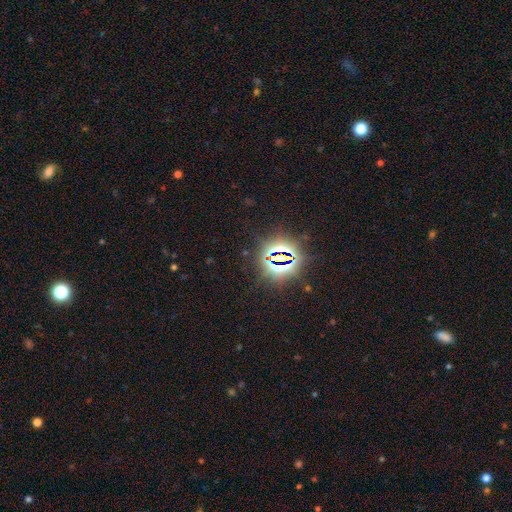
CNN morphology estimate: This appears to be a star or artifact, not a galaxy (81%).